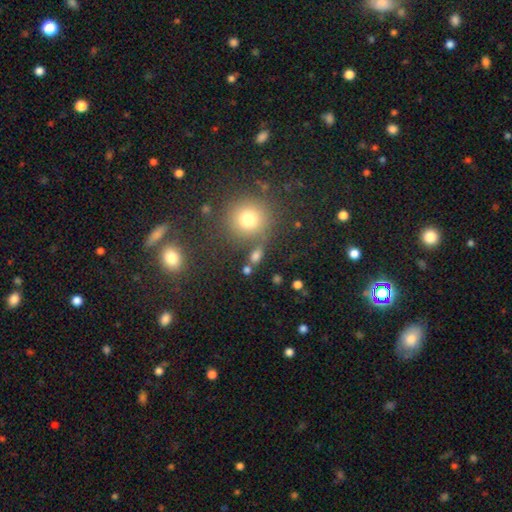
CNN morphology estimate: This appears to be a smooth galaxy with no disk features (69%) that is in between round and cigar-shaped (57%). Merging: none (68%).